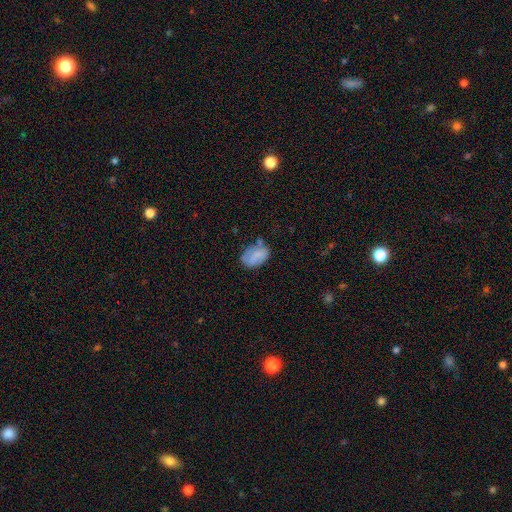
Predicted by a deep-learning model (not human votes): smooth_or_featured: smooth (p=0.71) [alt: featured or disk p=0.20]
how_rounded: in between (p=0.86) [alt: round p=0.12]
merging: none (p=0.54) [alt: minor disturbance p=0.29]